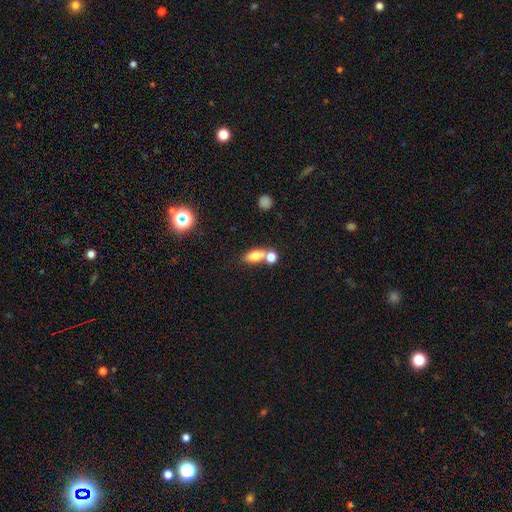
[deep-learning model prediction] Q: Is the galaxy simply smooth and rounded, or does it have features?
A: smooth — 75%.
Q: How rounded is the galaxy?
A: in between — 75%.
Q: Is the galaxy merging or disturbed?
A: merger — 45%.